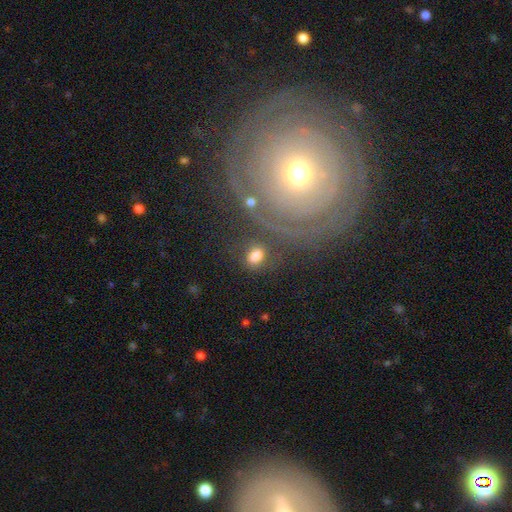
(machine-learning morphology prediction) Overall: smooth (77%). How rounded: in between (55%; round 43%). Merging: none (71%).